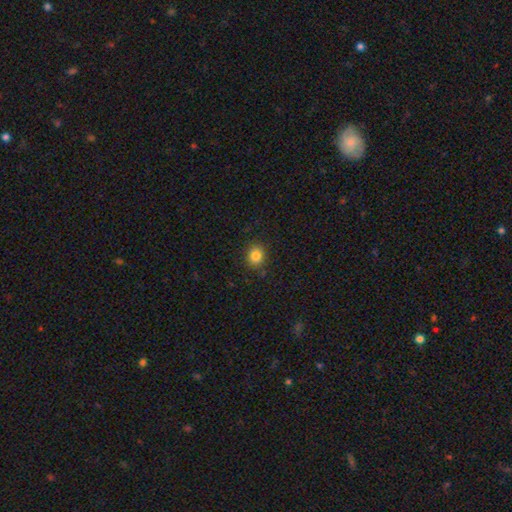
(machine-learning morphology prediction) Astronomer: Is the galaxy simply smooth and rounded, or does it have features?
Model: smooth — 84%.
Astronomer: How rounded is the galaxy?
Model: round — 74%.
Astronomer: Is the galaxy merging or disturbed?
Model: none — 87%.